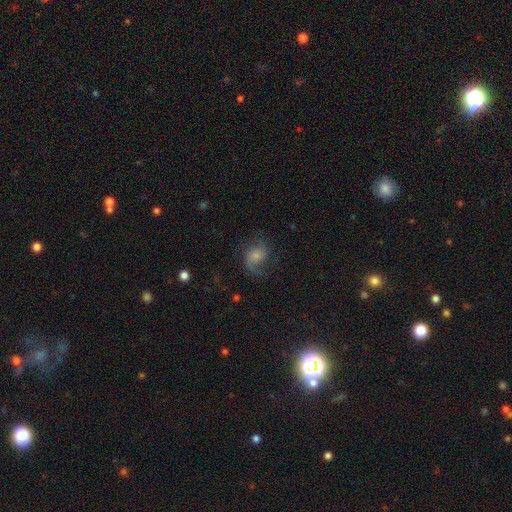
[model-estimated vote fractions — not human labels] smooth_or_featured: featured or disk (p=0.65) [alt: smooth p=0.26]
disk_edge_on: no (p=0.98) [alt: yes p=0.02]
bar: no (p=0.68) [alt: weak p=0.28]
has_spiral_arms: yes (p=0.93) [alt: no p=0.07]
spiral_winding: loose (p=0.44) [alt: medium p=0.43]
spiral_arm_count: 2 (p=0.68) [alt: 1 p=0.18]
bulge_size: small (p=0.47) [alt: moderate p=0.26]
merging: none (p=0.62) [alt: minor disturbance p=0.18]